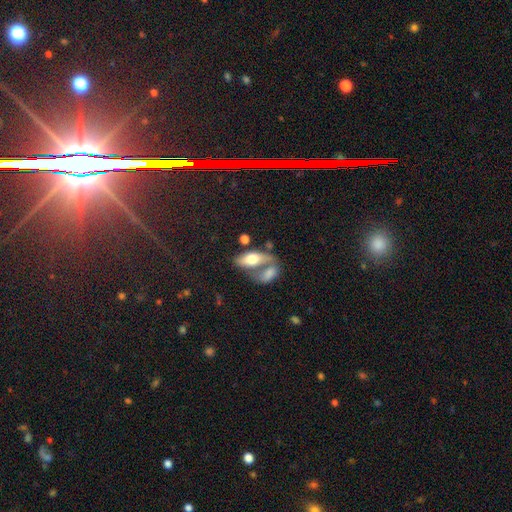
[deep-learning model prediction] Smooth or featured? featured or disk (46%)
Merging? merger (45%)